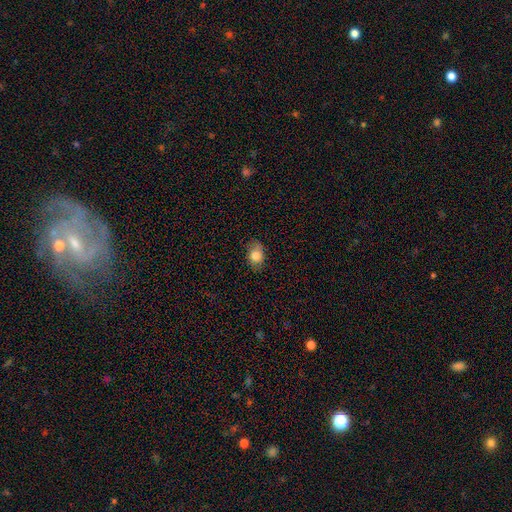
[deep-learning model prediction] A smooth galaxy with no disk features (81%) that is in between round and cigar-shaped (75%).

Vote fractions:
- Smooth or featured? smooth: 81% / featured or disk: 10% / star or artifact: 9%
- How rounded? in between: 75% / round: 24% / cigar-shaped: 2%
- Merging? none: 77% / minor disturbance: 18% / major disturbance: 4% / merger: 1%